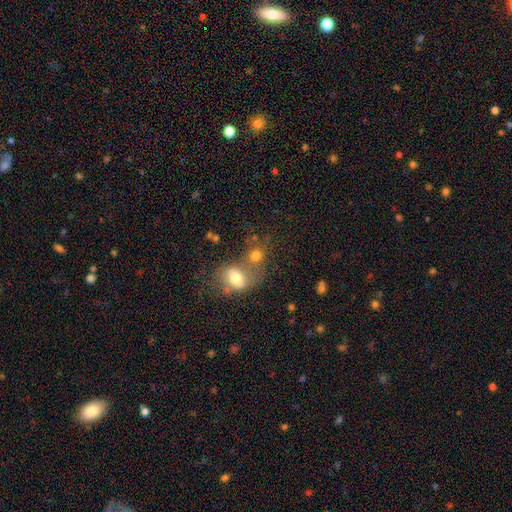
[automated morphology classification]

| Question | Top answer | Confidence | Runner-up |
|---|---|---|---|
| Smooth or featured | smooth | 71% | featured or disk (15%) |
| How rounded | round | 63% | in between (35%) |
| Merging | merger | 53% | none (32%) |